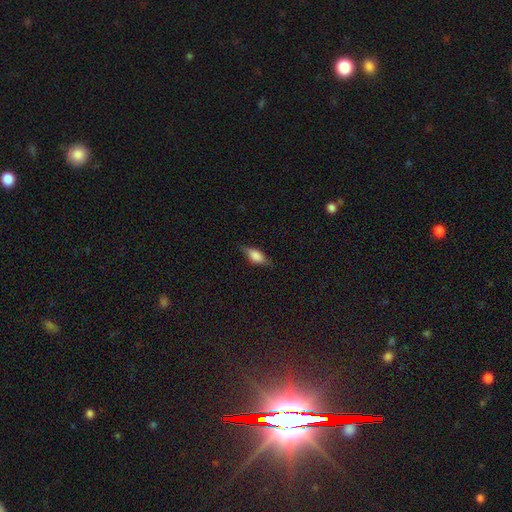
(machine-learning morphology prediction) type=smooth (73%); roundness=in between (78%); merging=none (71%).